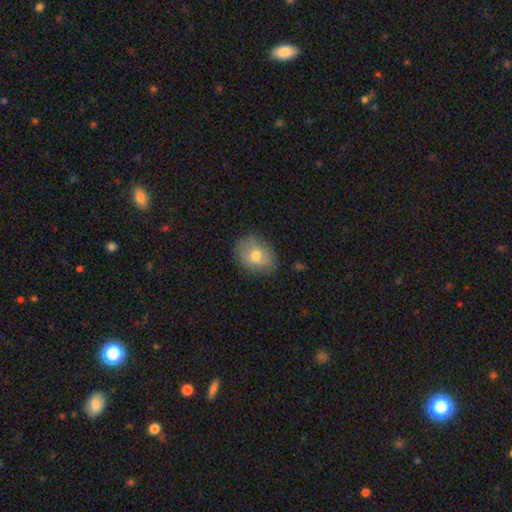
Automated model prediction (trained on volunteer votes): smooth_or_featured: smooth (p=0.73) [alt: featured or disk p=0.19]
how_rounded: in between (p=0.61) [alt: round p=0.38]
merging: none (p=0.77) [alt: minor disturbance p=0.17]